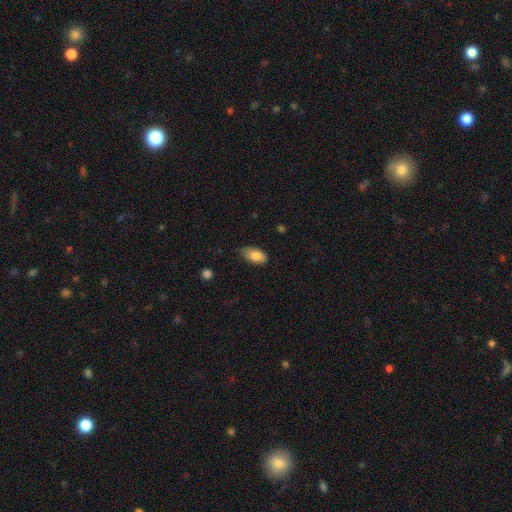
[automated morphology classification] The model was most divided on "merging": none: 70%, minor disturbance: 25%, major disturbance: 4%, merger: 1%. More confident: how rounded — in between (93%); smooth or featured — smooth (84%).